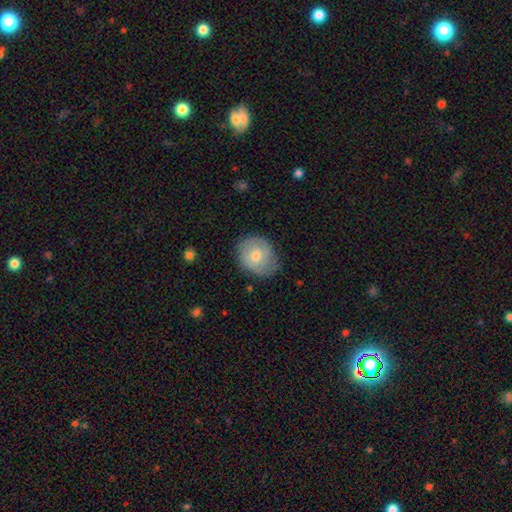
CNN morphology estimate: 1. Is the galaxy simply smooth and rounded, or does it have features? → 68% smooth, 25% featured or disk, 7% star or artifact.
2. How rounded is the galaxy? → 62% round, 37% in between, 1% cigar-shaped.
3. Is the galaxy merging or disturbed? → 68% none, 26% minor disturbance, 5% major disturbance, 1% merger.